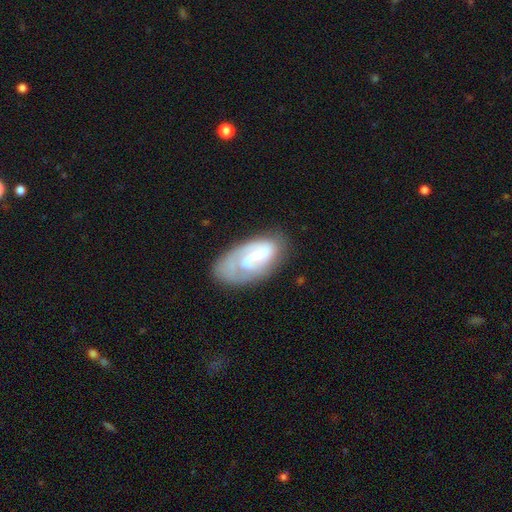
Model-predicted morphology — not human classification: featured or disk 66%, smooth 27%, star or artifact 7%. Down the decision tree: edge-on disk — no (95%); bar — weak (42%); spiral arms — yes (83%); spiral arm count — 1 (38%); spiral winding — tight (46%); bulge size — small (46%); merging — none (62%).